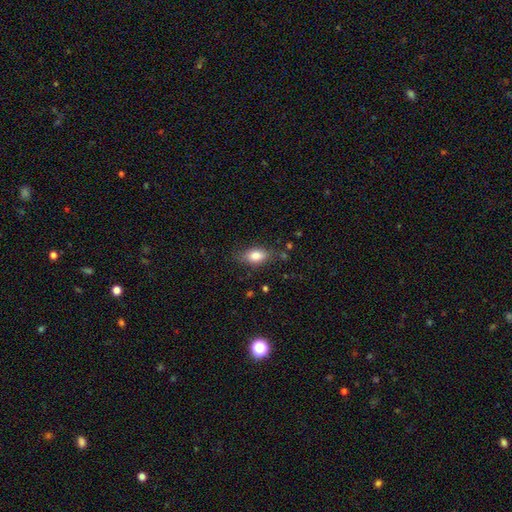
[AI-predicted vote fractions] Overall: smooth (80%). How rounded: in between (85%). Merging: none (76%).